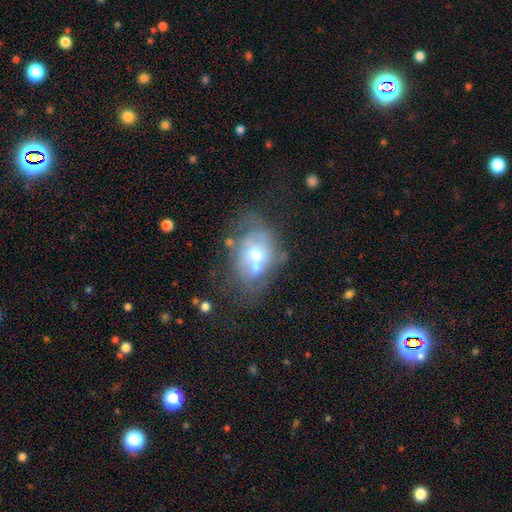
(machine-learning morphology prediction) A featured or disk galaxy (51%).

Vote fractions:
- Smooth or featured? featured or disk: 51% / smooth: 38% / star or artifact: 11%
- Edge-on disk? no: 91% / yes: 9%
- Merging? none: 34% / major disturbance: 25% / minor disturbance: 24% / merger: 17%